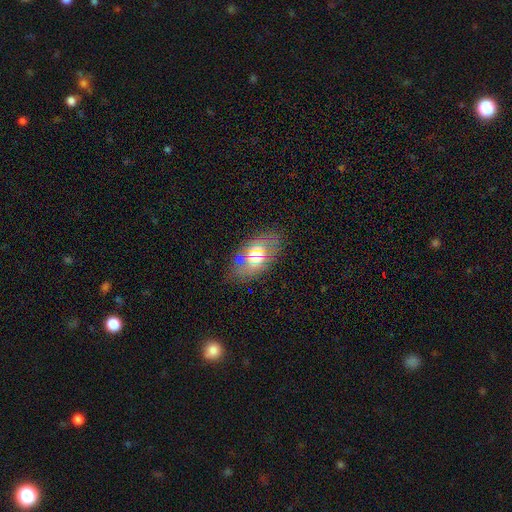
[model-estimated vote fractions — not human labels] smooth-or-featured: smooth: 51% | featured or disk: 35% | star or artifact: 14%
  how-rounded: in between: 87% | round: 10% | cigar-shaped: 3%
  merging: none: 79% | minor disturbance: 15% | major disturbance: 5% | merger: 2%